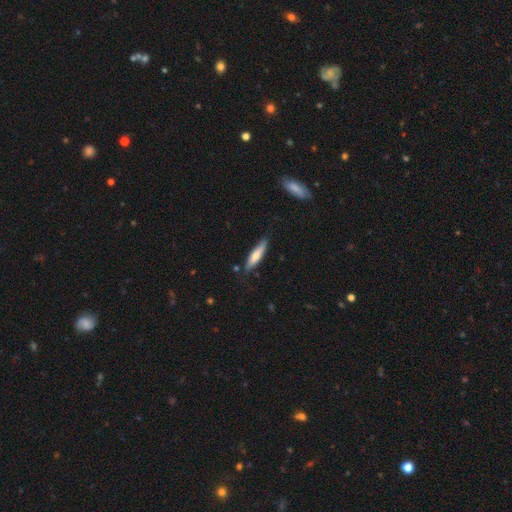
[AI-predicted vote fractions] smooth-or-featured: smooth: 63% | featured or disk: 31% | star or artifact: 6%
  how-rounded: cigar-shaped: 76% | in between: 22% | round: 2%
  merging: none: 75% | minor disturbance: 19% | major disturbance: 3% | merger: 2%